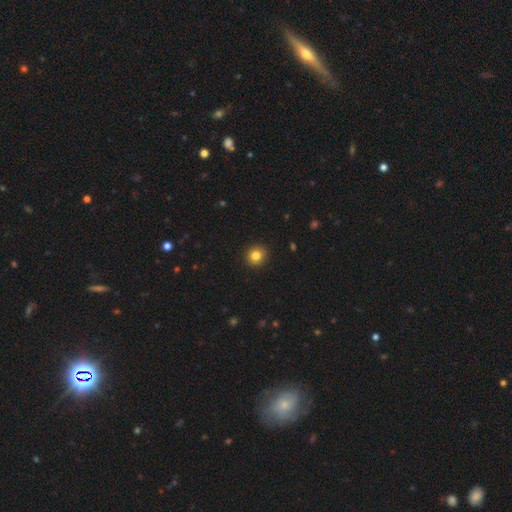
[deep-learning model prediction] Smooth or featured? Predicted: smooth (p=0.83). How rounded? Predicted: round (p=0.91). Merging? Predicted: none (p=0.93).